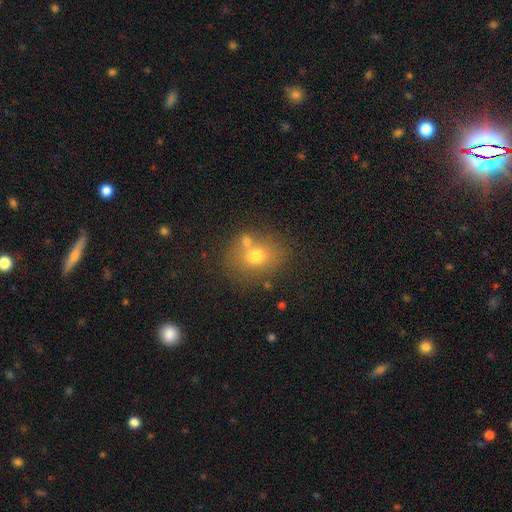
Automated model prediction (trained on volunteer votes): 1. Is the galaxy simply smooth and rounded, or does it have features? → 68% smooth, 17% featured or disk, 15% star or artifact.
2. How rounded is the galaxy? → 54% round, 44% in between, 1% cigar-shaped.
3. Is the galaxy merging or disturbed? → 65% none, 19% merger, 12% minor disturbance, 4% major disturbance.